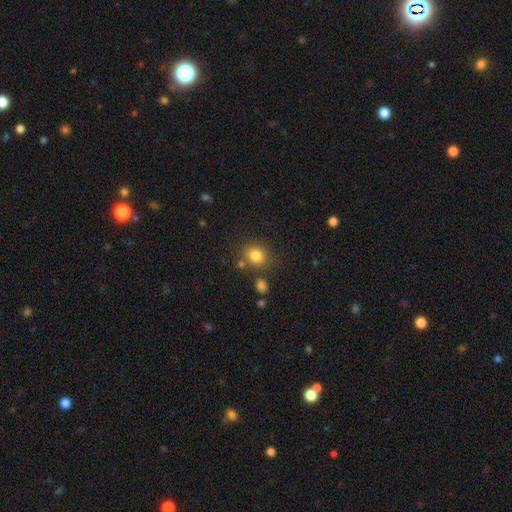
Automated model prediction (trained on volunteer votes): This is clearly a smooth galaxy (82%). How rounded: likely round (66%). Merging: likely none (74%).